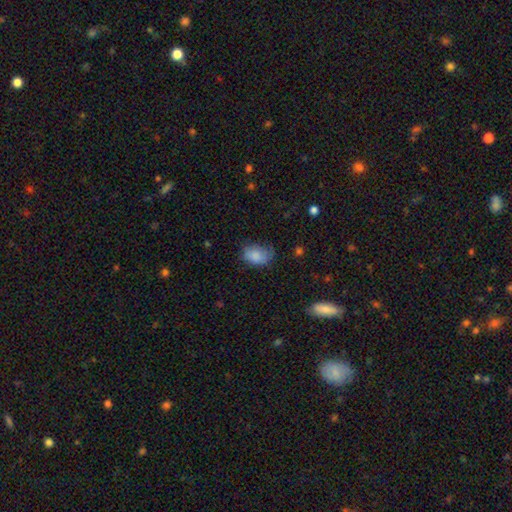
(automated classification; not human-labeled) smooth 83%, star or artifact 8%, featured or disk 8%. Down the decision tree: how rounded — in between (85%); merging — none (54%).